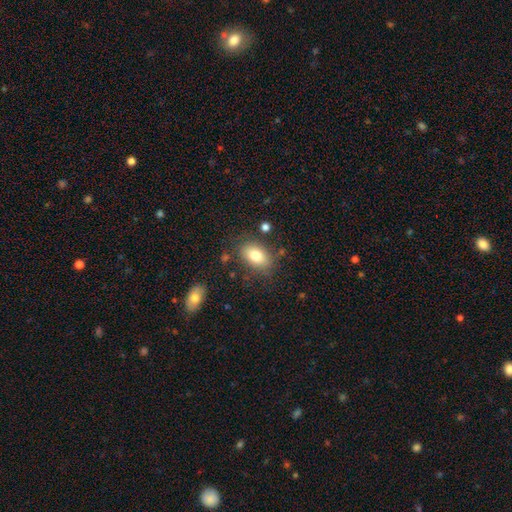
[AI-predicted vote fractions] Smooth or featured: smooth — 80% (featured or disk — 12%)
How rounded: in between — 85% (round — 14%)
Merging: none — 78% (minor disturbance — 14%)